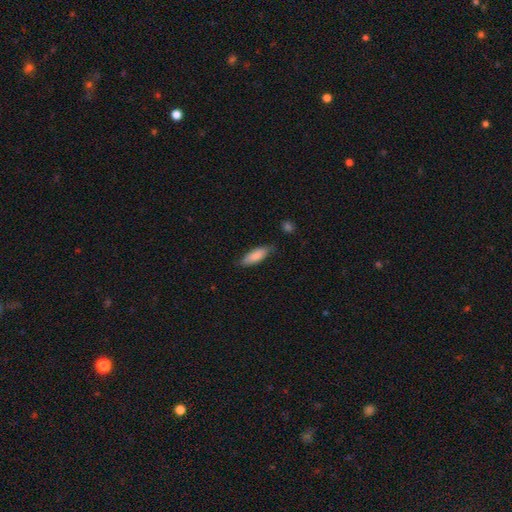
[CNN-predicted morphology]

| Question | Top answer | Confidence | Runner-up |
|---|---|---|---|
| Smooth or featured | smooth | 84% | featured or disk (10%) |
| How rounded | in between | 63% | cigar-shaped (35%) |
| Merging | none | 77% | minor disturbance (18%) |